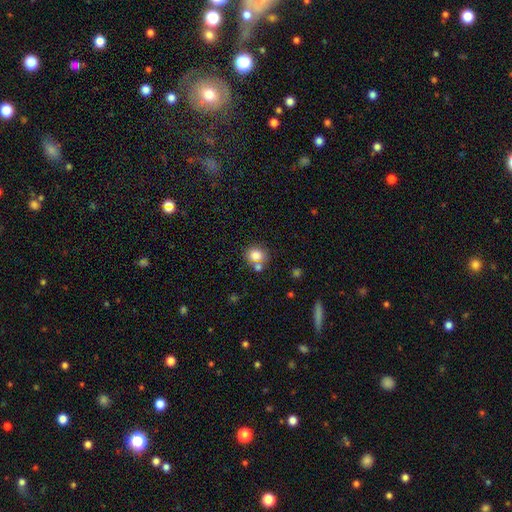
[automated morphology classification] The model was most divided on "merging": none: 60%, merger: 26%, minor disturbance: 11%, major disturbance: 4%. More confident: smooth or featured — smooth (82%); how rounded — round (73%).